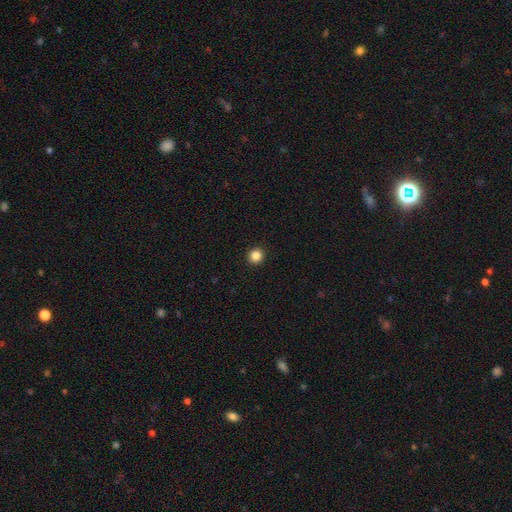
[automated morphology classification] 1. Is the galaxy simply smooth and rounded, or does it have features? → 86% smooth, 11% star or artifact, 3% featured or disk.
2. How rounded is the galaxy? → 95% round, 4% in between, 1% cigar-shaped.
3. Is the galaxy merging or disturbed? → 94% none, 4% minor disturbance, 1% major disturbance, 1% merger.